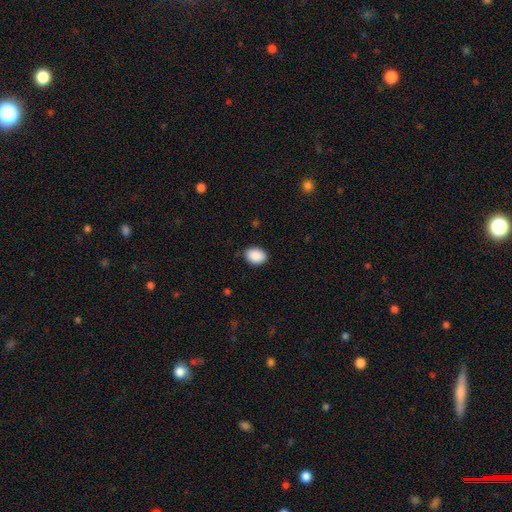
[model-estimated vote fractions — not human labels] Smooth or featured? Predicted: smooth (p=0.90). How rounded? Predicted: in between (p=0.72). Merging? Predicted: none (p=0.85).